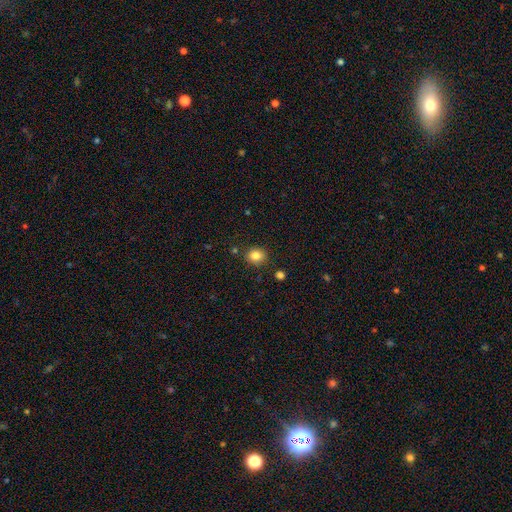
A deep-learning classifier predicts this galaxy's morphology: type=smooth (83%); roundness=round (70%); merging=none (85%).